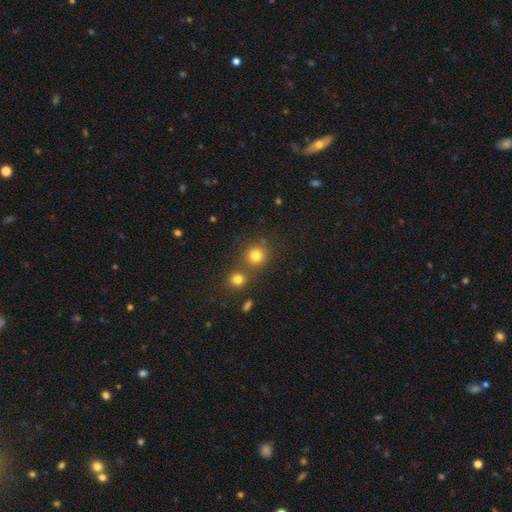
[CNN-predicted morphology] This is likely a smooth galaxy (78%). How rounded: clearly round (89%). Merging: likely none (65%).